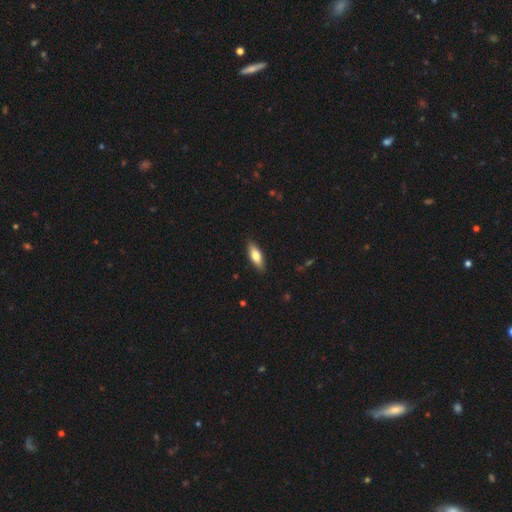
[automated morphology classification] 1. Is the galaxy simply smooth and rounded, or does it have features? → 72% smooth, 22% featured or disk, 6% star or artifact.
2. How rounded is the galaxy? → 64% in between, 33% cigar-shaped, 2% round.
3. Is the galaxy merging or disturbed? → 88% none, 9% minor disturbance, 2% major disturbance, 1% merger.